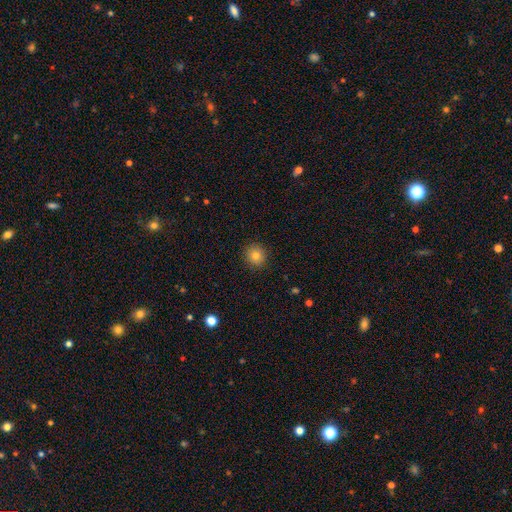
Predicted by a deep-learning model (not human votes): Smooth or featured? smooth (80%)
How rounded? round (92%)
Merging? none (91%)